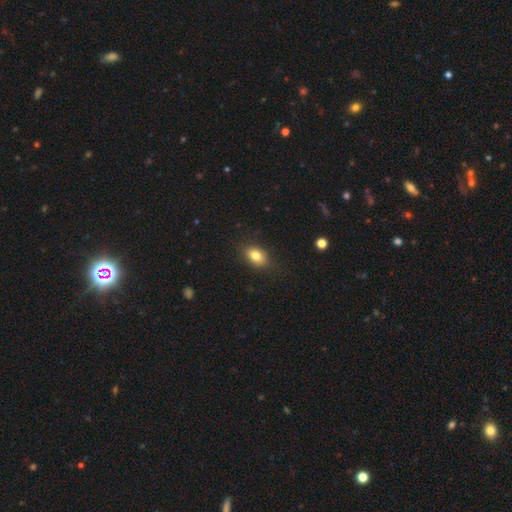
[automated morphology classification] The model was most divided on "how rounded": in between: 79%, round: 19%, cigar-shaped: 2%. More confident: merging — none (85%); smooth or featured — smooth (82%).